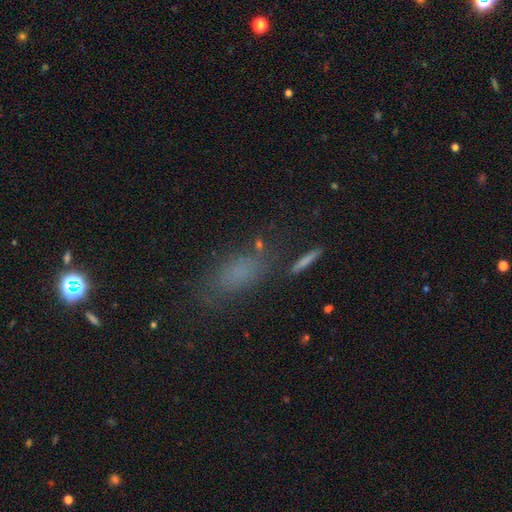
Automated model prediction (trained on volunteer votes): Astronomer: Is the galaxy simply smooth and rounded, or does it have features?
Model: smooth — 52% (runner-up: star or artifact, 29%).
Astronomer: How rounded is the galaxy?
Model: in between — 68%.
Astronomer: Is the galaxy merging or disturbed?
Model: none — 59%.